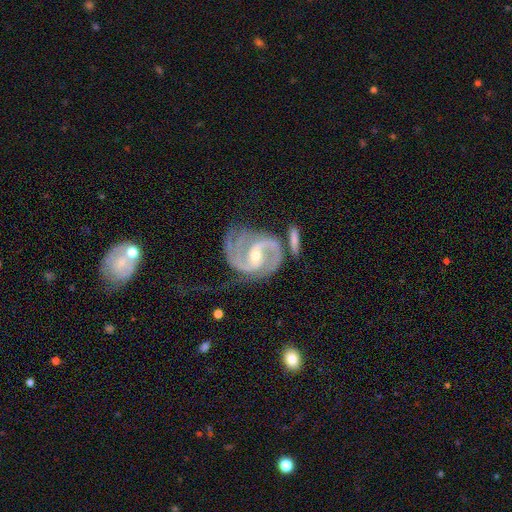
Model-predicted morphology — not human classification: Smooth or featured: featured or disk — 93% (star or artifact — 4%)
Edge-on disk: no — 98% (yes — 2%)
Bar: weak — 41% (strong — 34%)
Spiral arms: yes — 98% (no — 2%)
Spiral winding: medium — 55% (tight — 31%)
Spiral arm count: 2 — 73% (3 — 14%)
Bulge size: small — 55% (moderate — 43%)
Merging: none — 50% (minor disturbance — 24%)